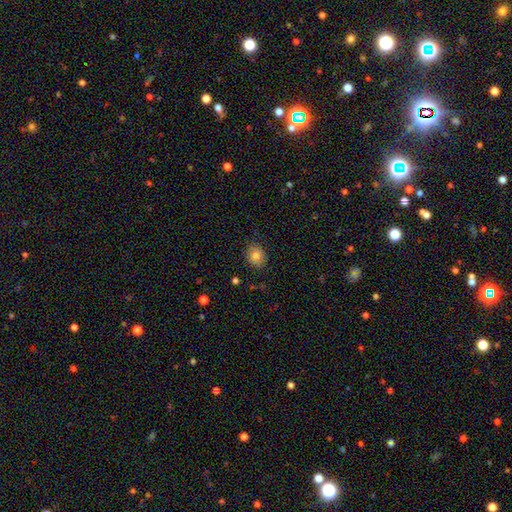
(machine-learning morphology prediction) type=smooth (81%); roundness=round (63%); merging=none (85%).